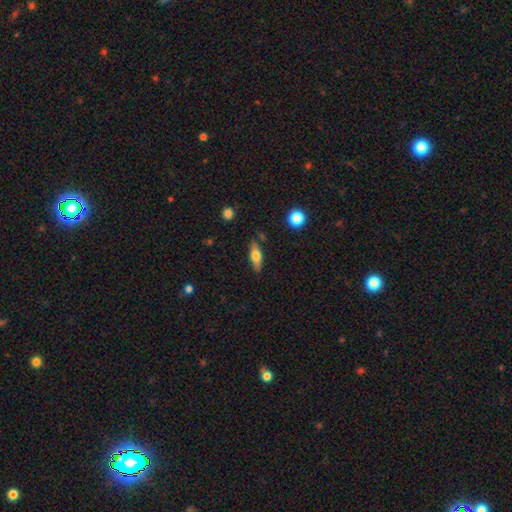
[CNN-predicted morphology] Smooth or featured: smooth — 60% (featured or disk — 33%)
How rounded: in between — 58% (cigar-shaped — 39%)
Merging: none — 81% (minor disturbance — 13%)